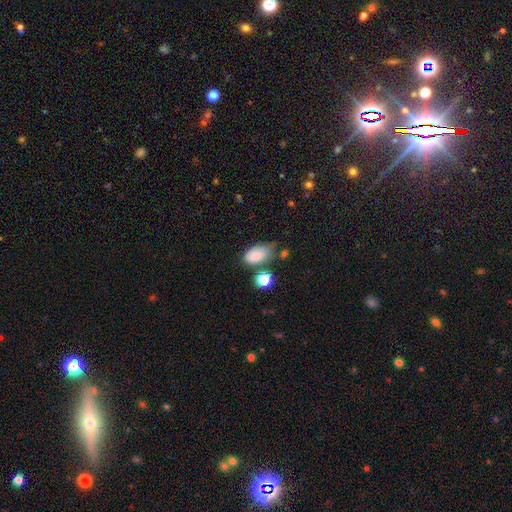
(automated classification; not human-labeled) This appears to be a smooth galaxy with no disk features (84%) that is in between round and cigar-shaped (91%). Merging: none (49%).